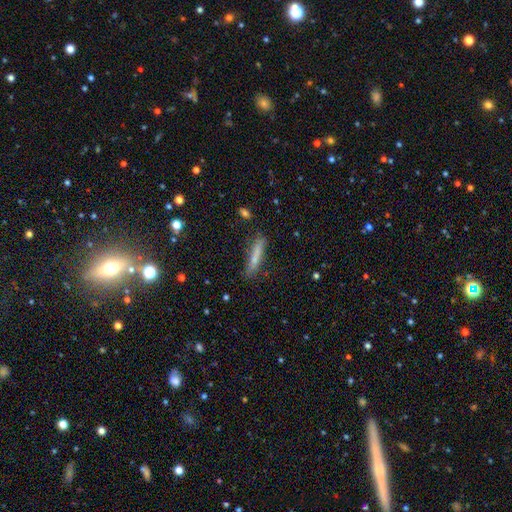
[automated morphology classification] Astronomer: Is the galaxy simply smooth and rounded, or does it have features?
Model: smooth — 64%.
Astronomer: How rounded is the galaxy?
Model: cigar-shaped — 91%.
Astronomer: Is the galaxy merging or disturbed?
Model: none — 82%.